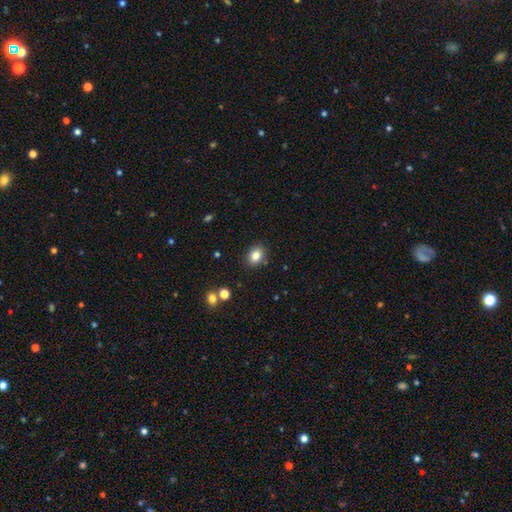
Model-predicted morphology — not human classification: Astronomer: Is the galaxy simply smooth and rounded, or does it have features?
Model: smooth — 82%.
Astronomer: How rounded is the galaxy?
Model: in between — 57% (runner-up: round, 42%).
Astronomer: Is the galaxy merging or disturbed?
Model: none — 87%.